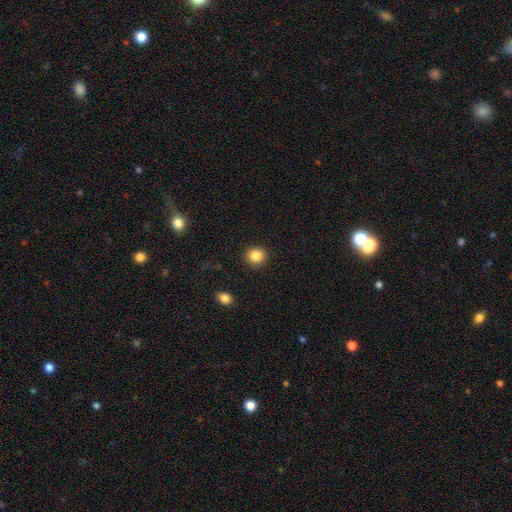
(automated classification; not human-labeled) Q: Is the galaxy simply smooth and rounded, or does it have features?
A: smooth — 85%.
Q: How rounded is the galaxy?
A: round — 86%.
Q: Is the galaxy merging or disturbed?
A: none — 90%.